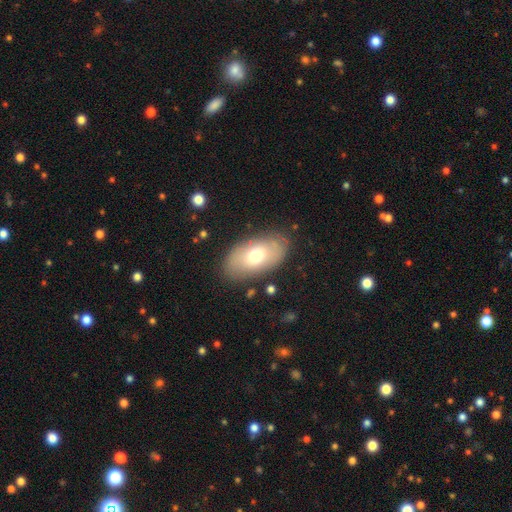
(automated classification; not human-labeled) Smooth or featured: smooth — 67% (featured or disk — 26%)
How rounded: in between — 93% (round — 5%)
Merging: none — 81% (minor disturbance — 13%)